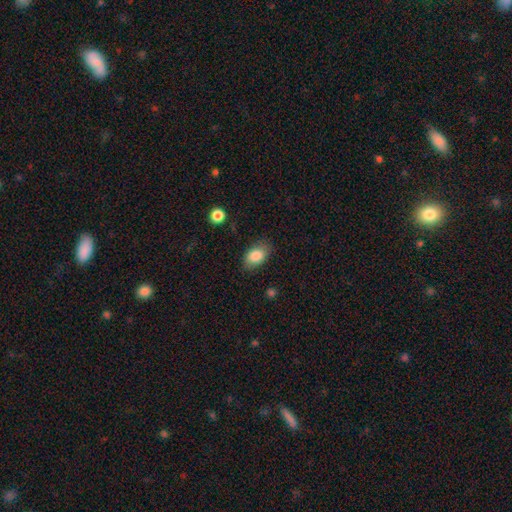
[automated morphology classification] Overall: smooth (85%). How rounded: in between (87%). Merging: none (78%).